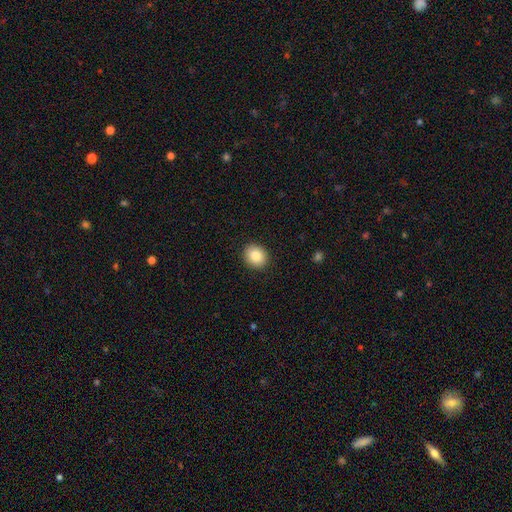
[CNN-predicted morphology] smooth-or-featured: smooth: 86% | star or artifact: 8% | featured or disk: 5%
  how-rounded: round: 65% | in between: 34% | cigar-shaped: 1%
  merging: none: 91% | minor disturbance: 6% | major disturbance: 2% | merger: 1%